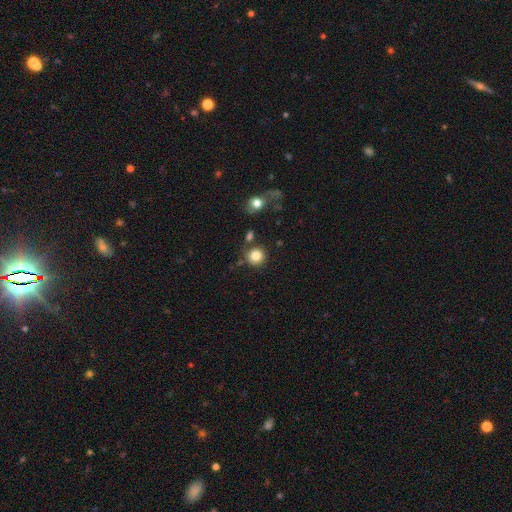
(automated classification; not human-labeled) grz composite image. It shows a smooth galaxy with no disk features (84%) that is round (91%). Merging: none (76%).